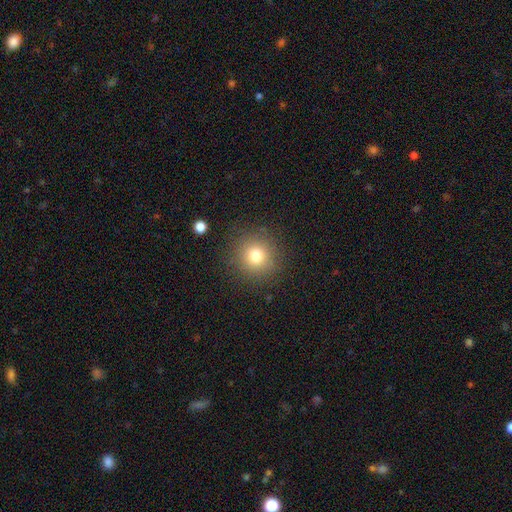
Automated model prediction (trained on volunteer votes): smooth 76%, star or artifact 14%, featured or disk 9%. Down the decision tree: how rounded — round (93%); merging — none (87%).